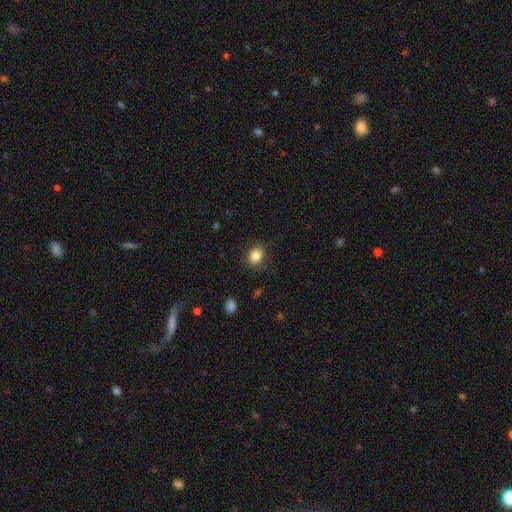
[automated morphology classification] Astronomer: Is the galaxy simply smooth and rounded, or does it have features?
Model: smooth — 85%.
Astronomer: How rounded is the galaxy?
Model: in between — 56% (runner-up: round, 43%).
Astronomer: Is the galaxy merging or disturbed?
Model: none — 86%.